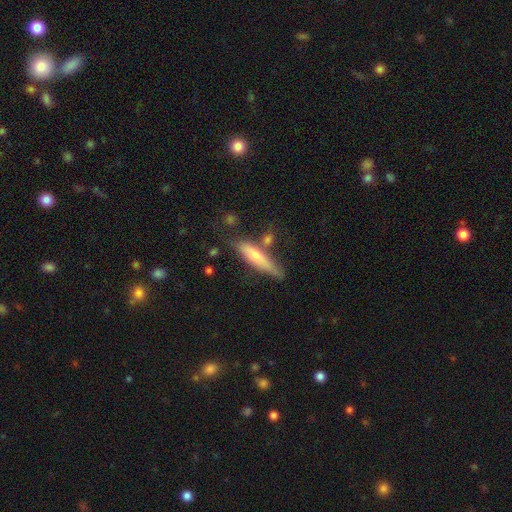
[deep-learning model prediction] Q: Smooth or featured?
A: smooth (64%); runner-up: featured or disk (30%)
Q: How rounded?
A: cigar-shaped (83%); runner-up: in between (15%)
Q: Merging?
A: none (61%); runner-up: minor disturbance (22%)